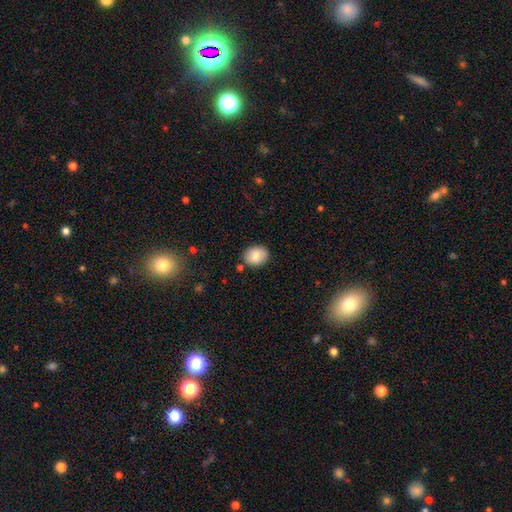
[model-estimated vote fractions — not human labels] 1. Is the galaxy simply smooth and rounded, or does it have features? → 81% smooth, 11% featured or disk, 8% star or artifact.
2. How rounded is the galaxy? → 52% round, 47% in between, 1% cigar-shaped.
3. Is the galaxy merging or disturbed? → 83% none, 12% minor disturbance, 3% merger, 2% major disturbance.